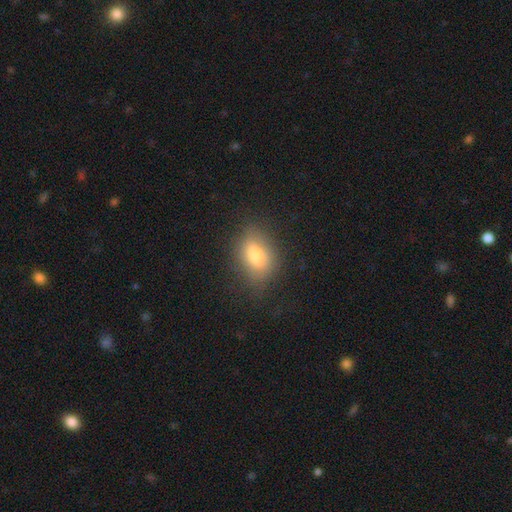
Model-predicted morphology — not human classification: Smooth or featured: smooth — 75% (featured or disk — 15%)
How rounded: in between — 80% (round — 16%)
Merging: none — 70% (minor disturbance — 21%)